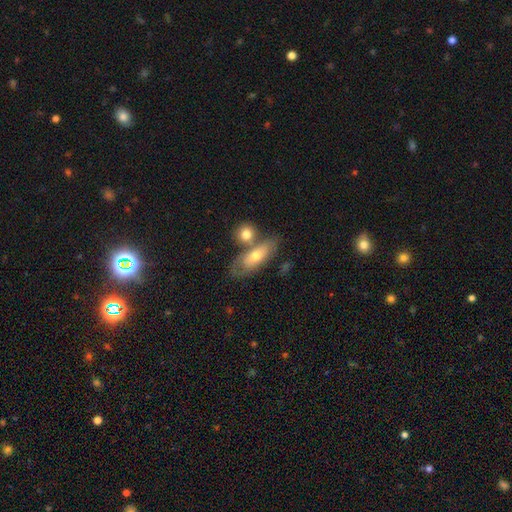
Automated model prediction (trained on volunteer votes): smooth-or-featured: smooth: 56% | featured or disk: 38% | star or artifact: 6%
  how-rounded: in between: 74% | cigar-shaped: 20% | round: 6%
  merging: none: 45% | merger: 33% | minor disturbance: 15% | major disturbance: 6%